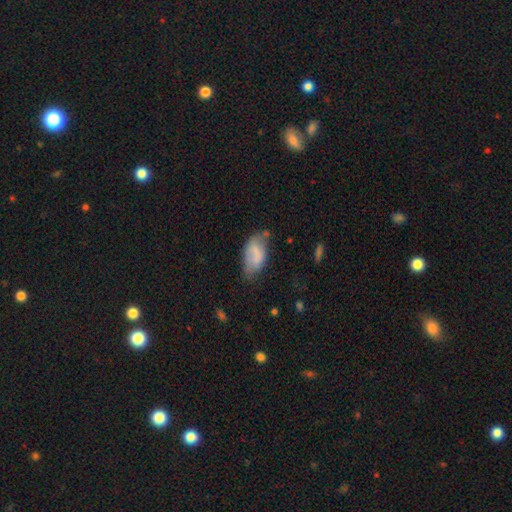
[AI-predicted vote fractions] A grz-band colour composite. It shows a smooth galaxy with no disk features (70%) that is in between round and cigar-shaped (93%). Merging: none (46%).